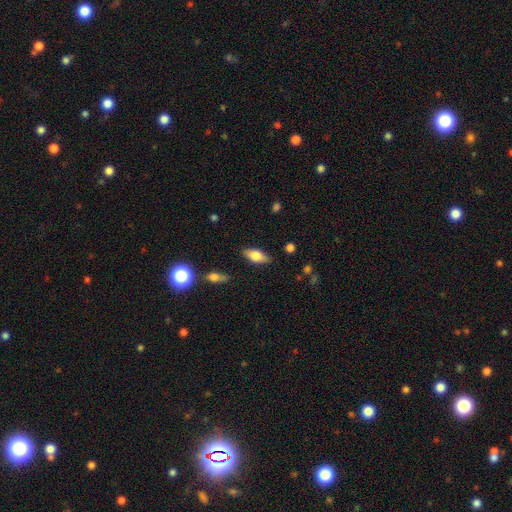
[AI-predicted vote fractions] The model was most divided on "smooth or featured": smooth: 62%, featured or disk: 31%, star or artifact: 8%. More confident: merging — none (85%); how rounded — in between (80%).